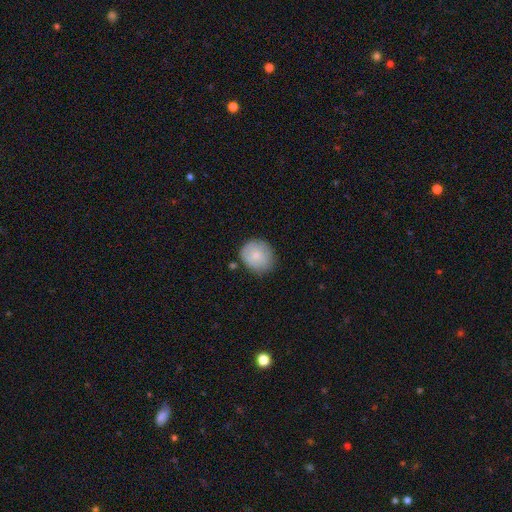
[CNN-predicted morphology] A smooth galaxy with no disk features (79%) that is round (77%).

Vote fractions:
- Smooth or featured? smooth: 79% / featured or disk: 14% / star or artifact: 7%
- How rounded? round: 77% / in between: 22% / cigar-shaped: 1%
- Merging? none: 74% / minor disturbance: 19% / major disturbance: 4% / merger: 3%